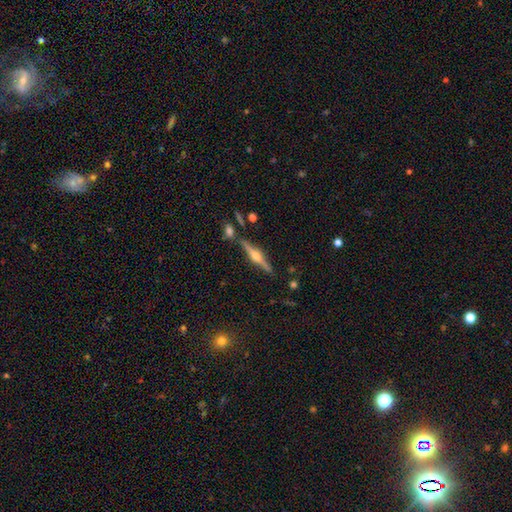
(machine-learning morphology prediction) featured or disk 82%, smooth 11%, star or artifact 7%. Down the decision tree: edge-on disk — yes (98%); edge-on bulge — rounded (92%); merging — none (84%).